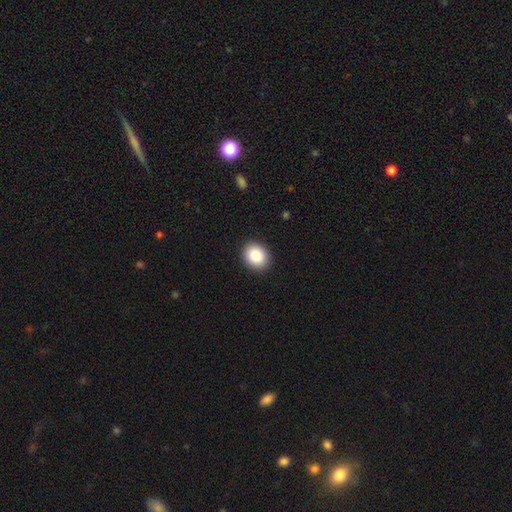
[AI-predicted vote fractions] Smooth or featured: smooth — 89% (star or artifact — 8%)
How rounded: round — 52% (in between — 47%)
Merging: none — 90% (minor disturbance — 7%)